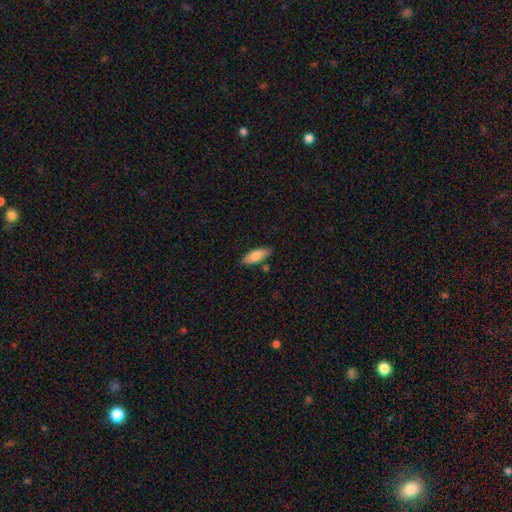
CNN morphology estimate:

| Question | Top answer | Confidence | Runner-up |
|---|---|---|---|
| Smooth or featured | smooth | 82% | featured or disk (12%) |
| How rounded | in between | 69% | cigar-shaped (29%) |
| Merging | none | 82% | minor disturbance (12%) |